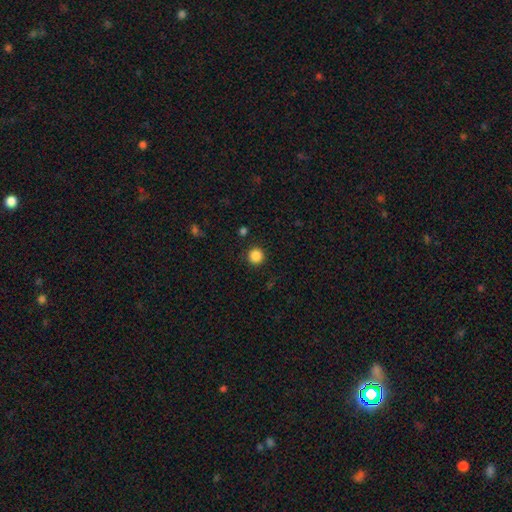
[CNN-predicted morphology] Q: Smooth or featured?
A: smooth (86%); runner-up: star or artifact (11%)
Q: How rounded?
A: round (95%); runner-up: in between (4%)
Q: Merging?
A: none (91%); runner-up: minor disturbance (5%)